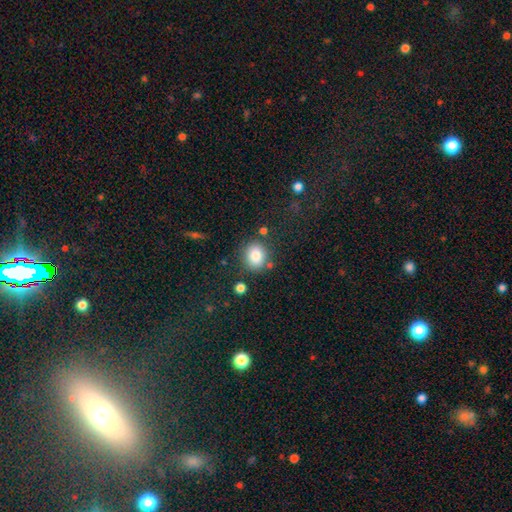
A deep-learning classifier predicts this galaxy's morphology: smooth-or-featured: smooth: 83% | star or artifact: 10% | featured or disk: 7%
  how-rounded: round: 70% | in between: 29% | cigar-shaped: 1%
  merging: none: 79% | minor disturbance: 11% | merger: 6% | major disturbance: 4%